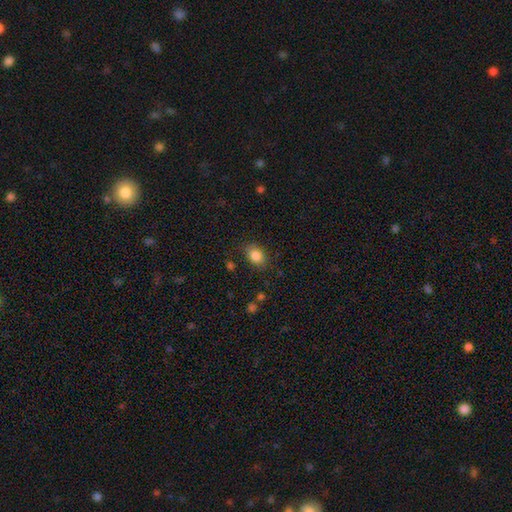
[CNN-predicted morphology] smooth-or-featured: smooth: 84% | star or artifact: 9% | featured or disk: 6%
  how-rounded: in between: 68% | round: 31% | cigar-shaped: 1%
  merging: none: 82% | minor disturbance: 13% | major disturbance: 4% | merger: 2%